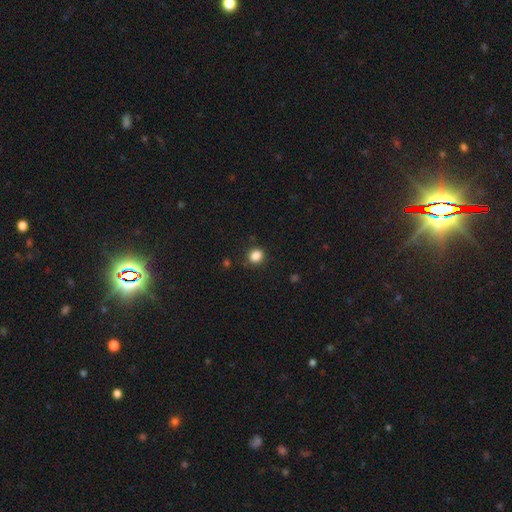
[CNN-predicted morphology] The model was most divided on "how rounded": round: 76%, in between: 23%, cigar-shaped: 1%. More confident: merging — none (86%); smooth or featured — smooth (86%).